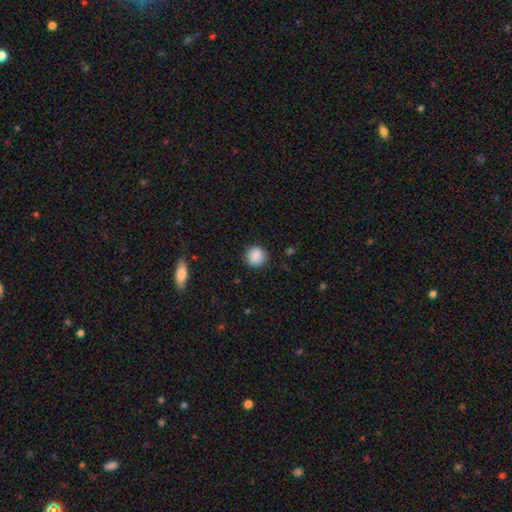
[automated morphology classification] This appears to be a smooth galaxy with no disk features (88%) that is round (87%). Merging: none (88%).